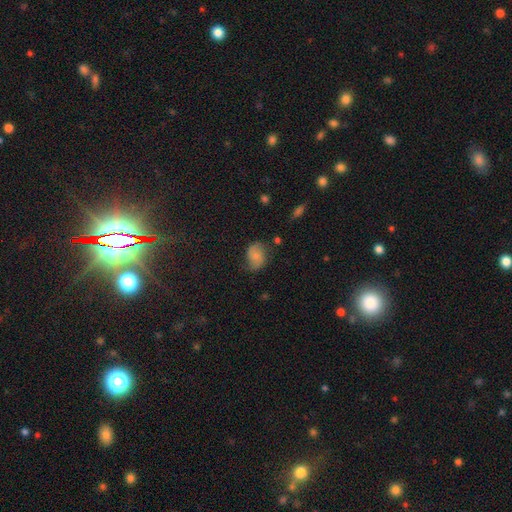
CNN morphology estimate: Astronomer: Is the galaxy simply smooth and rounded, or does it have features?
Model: smooth — 54% (runner-up: featured or disk, 36%).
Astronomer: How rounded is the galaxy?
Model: in between — 70%.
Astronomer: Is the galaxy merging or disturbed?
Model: none — 61%.